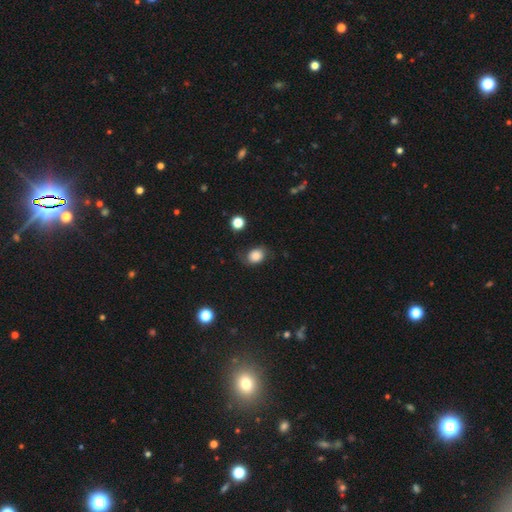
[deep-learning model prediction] This appears to be a smooth galaxy with no disk features (77%) that is in between round and cigar-shaped (53%). Merging: none (64%).